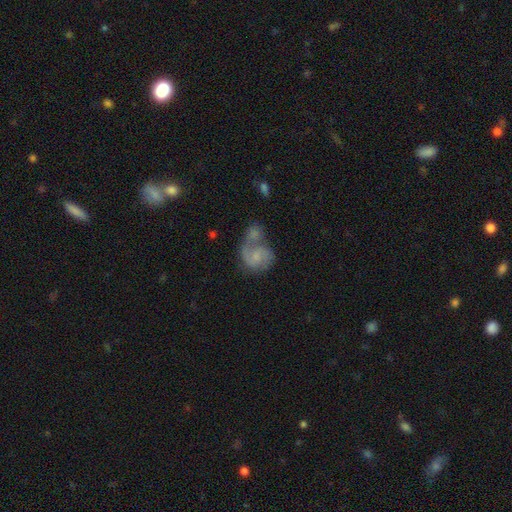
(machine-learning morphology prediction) featured or disk 61%, smooth 32%, star or artifact 7%. Down the decision tree: edge-on disk — no (98%); bar — no (64%); spiral arms — yes (84%); bulge size — small (50%); merging — merger (50%).